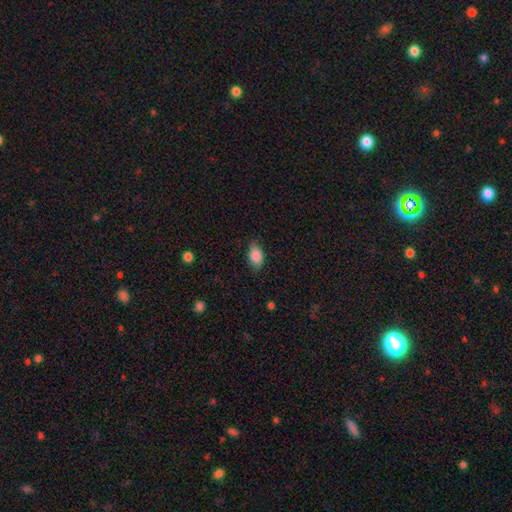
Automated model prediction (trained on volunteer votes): Smooth or featured? Predicted: smooth (p=0.87). How rounded? Predicted: in between (p=0.88). Merging? Predicted: none (p=0.80).